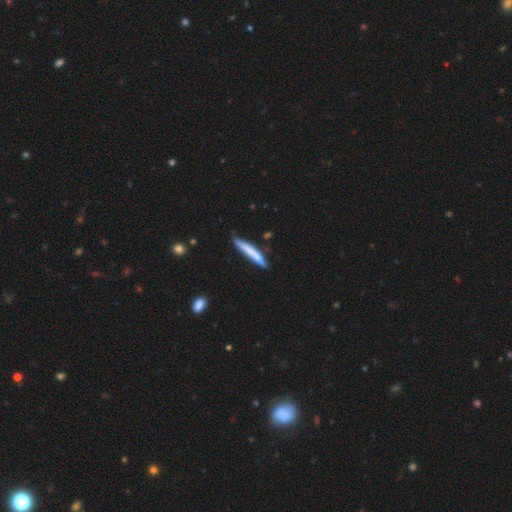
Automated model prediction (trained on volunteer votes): The model was most divided on "merging": none: 63%, minor disturbance: 27%, major disturbance: 5%, merger: 5%. More confident: how rounded — cigar-shaped (94%); smooth or featured — smooth (66%).